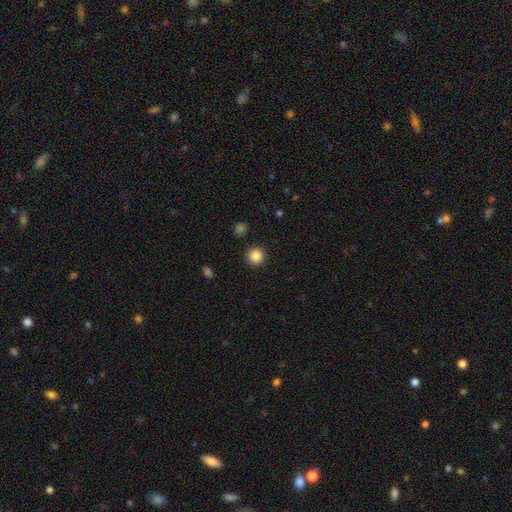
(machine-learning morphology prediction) Q: Smooth or featured?
A: smooth (86%); runner-up: star or artifact (10%)
Q: How rounded?
A: round (95%); runner-up: in between (4%)
Q: Merging?
A: none (92%); runner-up: minor disturbance (5%)